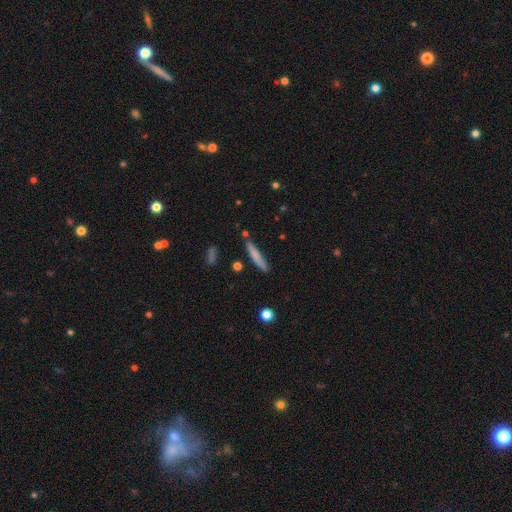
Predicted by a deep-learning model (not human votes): Smooth or featured?
  - smooth: 74% *
  - featured or disk: 20%
  - star or artifact: 6%
How rounded?
  - cigar-shaped: 92% *
  - in between: 7%
  - round: 2%
Merging?
  - none: 80% *
  - minor disturbance: 14%
  - merger: 4%
  - major disturbance: 3%